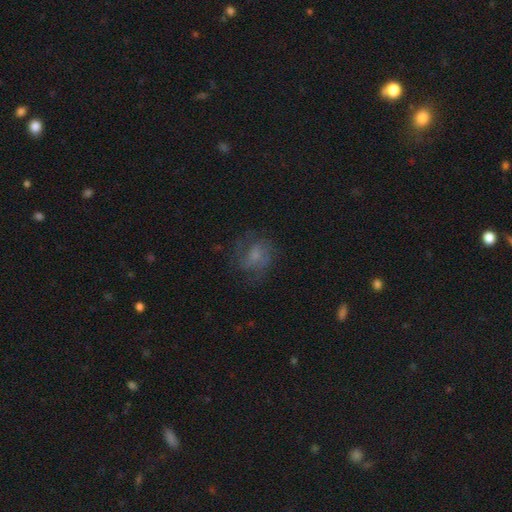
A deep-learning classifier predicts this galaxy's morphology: Smooth or featured?
  - featured or disk: 46% *
  - smooth: 41%
  - star or artifact: 13%
Merging?
  - none: 63% *
  - minor disturbance: 19%
  - major disturbance: 16%
  - merger: 1%